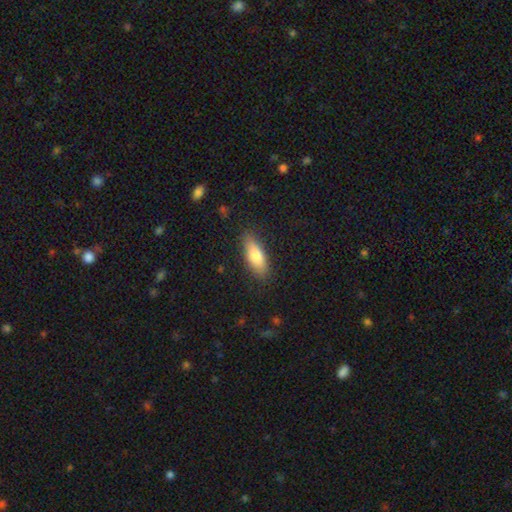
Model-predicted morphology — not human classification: Smooth or featured?
  - smooth: 78% *
  - featured or disk: 16%
  - star or artifact: 6%
How rounded?
  - in between: 67% *
  - cigar-shaped: 30%
  - round: 2%
Merging?
  - none: 83% *
  - minor disturbance: 13%
  - major disturbance: 3%
  - merger: 1%